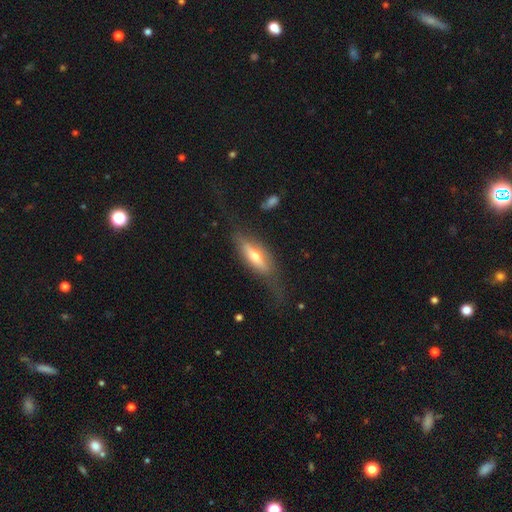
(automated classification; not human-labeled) featured or disk 58%, smooth 36%, star or artifact 6%. Down the decision tree: edge-on disk — yes (82%); merging — none (58%).